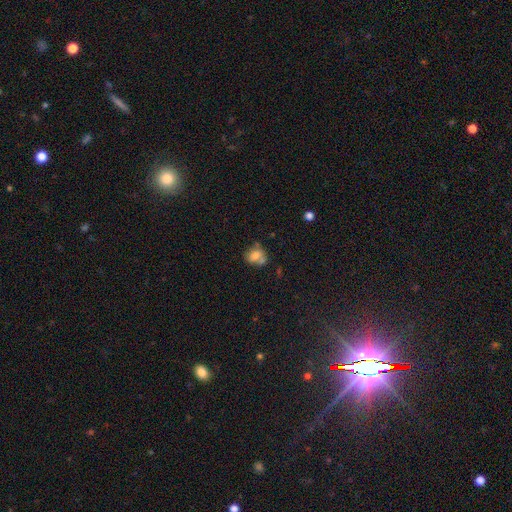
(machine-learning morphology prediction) smooth-or-featured: smooth: 71% | featured or disk: 18% | star or artifact: 11%
  how-rounded: round: 50% | in between: 48% | cigar-shaped: 1%
  merging: none: 43% | merger: 29% | minor disturbance: 20% | major disturbance: 8%